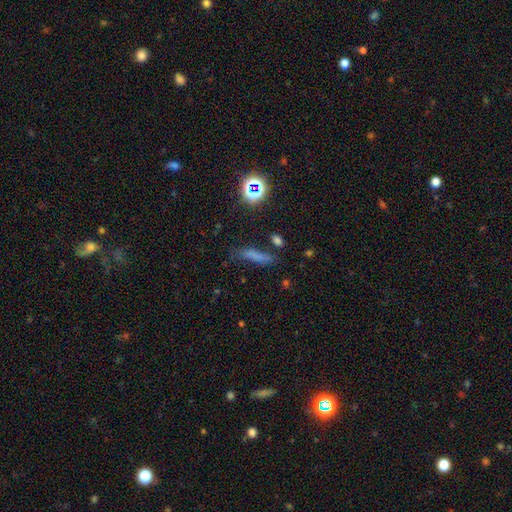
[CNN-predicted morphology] A smooth galaxy with no disk features (66%) that is cigar-shaped (75%).

Vote fractions:
- Smooth or featured? smooth: 66% / star or artifact: 19% / featured or disk: 15%
- How rounded? cigar-shaped: 75% / in between: 20% / round: 5%
- Merging? none: 68% / minor disturbance: 19% / major disturbance: 7% / merger: 6%